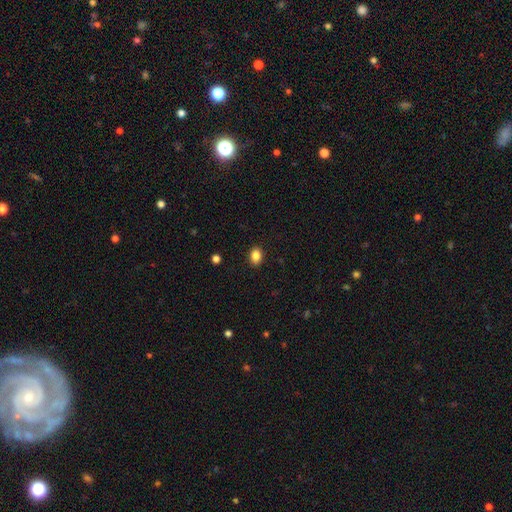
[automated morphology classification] This appears to be a smooth galaxy with no disk features (86%) that is in between round and cigar-shaped (71%). Merging: none (89%).